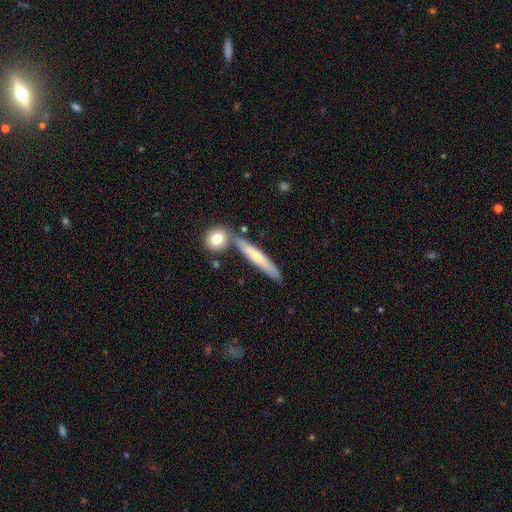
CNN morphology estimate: Smooth or featured? featured or disk (55%)
Edge-on disk? yes (91%)
Merging? none (72%)